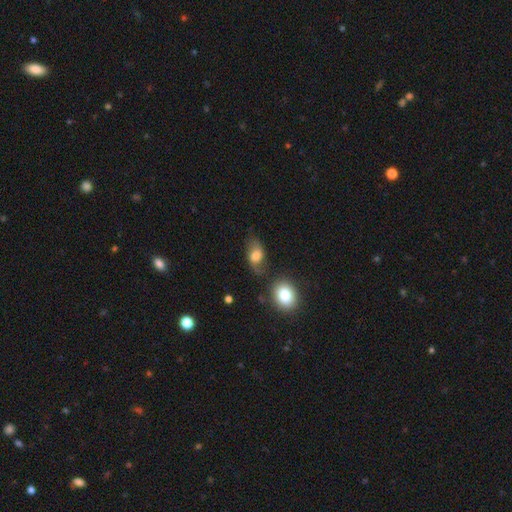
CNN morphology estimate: Smooth or featured?
  - smooth: 53% *
  - featured or disk: 38%
  - star or artifact: 10%
How rounded?
  - in between: 80% *
  - round: 17%
  - cigar-shaped: 3%
Merging?
  - none: 58% *
  - minor disturbance: 23%
  - major disturbance: 12%
  - merger: 7%